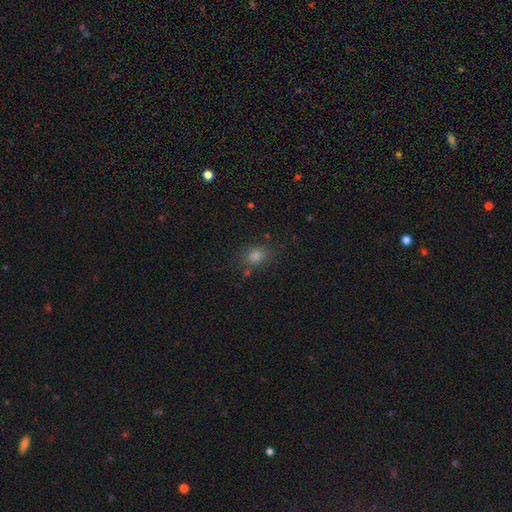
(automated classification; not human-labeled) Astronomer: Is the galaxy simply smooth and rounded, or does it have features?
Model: smooth — 74%.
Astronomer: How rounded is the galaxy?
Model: round — 53% (runner-up: in between, 46%).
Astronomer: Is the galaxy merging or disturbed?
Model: none — 80%.